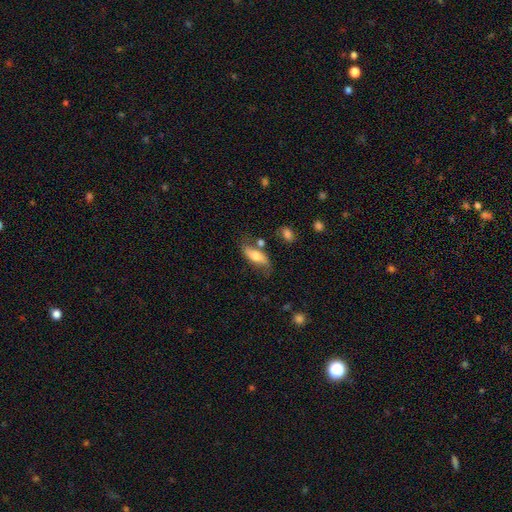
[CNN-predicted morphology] Smooth or featured? Predicted: smooth (p=0.53). How rounded? Predicted: in between (p=0.71). Merging? Predicted: none (p=0.56).